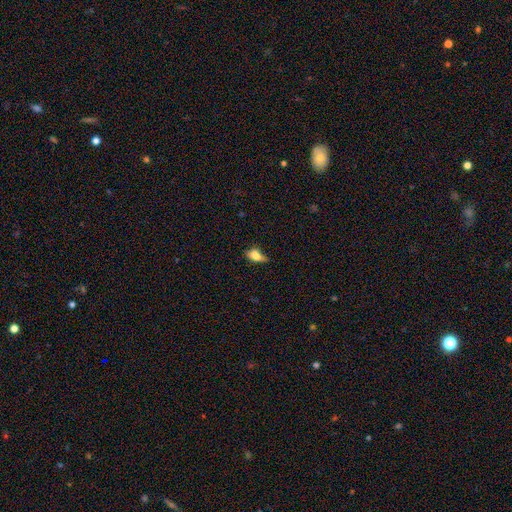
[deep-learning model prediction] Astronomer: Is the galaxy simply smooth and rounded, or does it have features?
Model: smooth — 75%.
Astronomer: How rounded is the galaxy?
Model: in between — 83%.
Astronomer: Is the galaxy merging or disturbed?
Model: none — 42% (runner-up: minor disturbance, 40%).